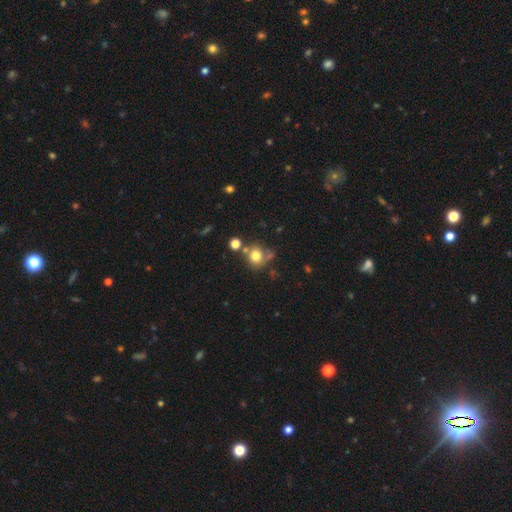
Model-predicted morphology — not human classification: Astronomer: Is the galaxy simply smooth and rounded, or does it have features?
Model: smooth — 75%.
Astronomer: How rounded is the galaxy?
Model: round — 83%.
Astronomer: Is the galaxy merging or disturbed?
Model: none — 60%.